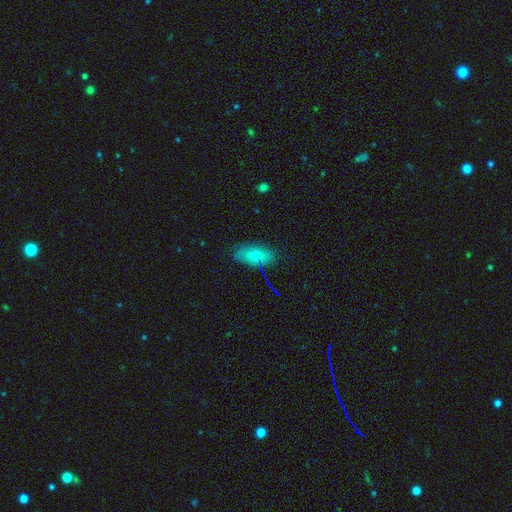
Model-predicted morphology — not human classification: Smooth or featured? smooth (73%)
How rounded? in between (86%)
Merging? none (79%)